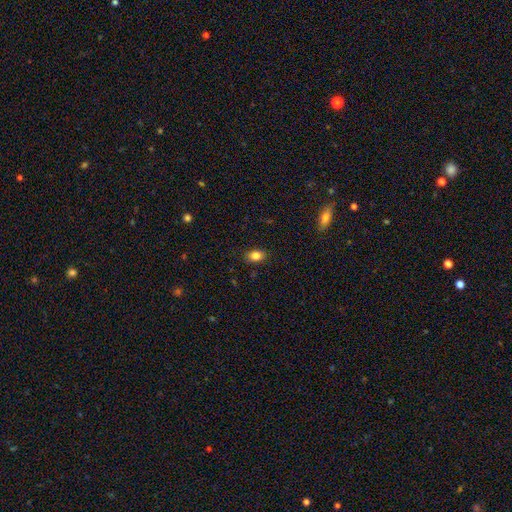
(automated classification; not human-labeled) Morphology: type=smooth (84%); roundness=in between (80%); merging=none (87%).